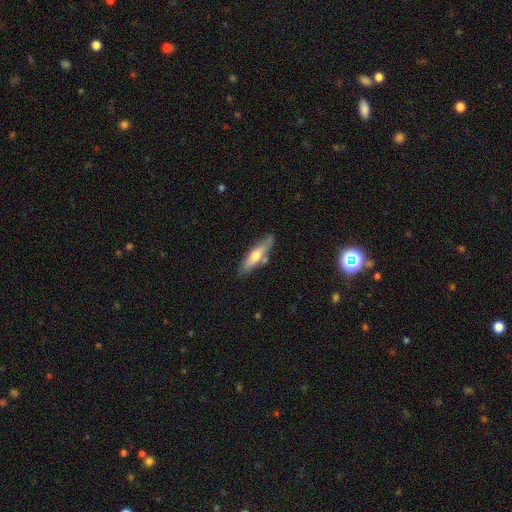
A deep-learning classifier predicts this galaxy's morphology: This is possibly a smooth galaxy (51%). How rounded: likely cigar-shaped (70%). Merging: likely none (72%).